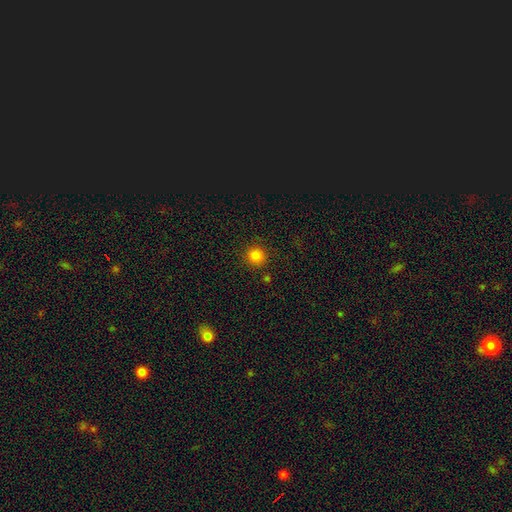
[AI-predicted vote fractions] Overall: smooth (82%). How rounded: round (93%). Merging: none (88%).